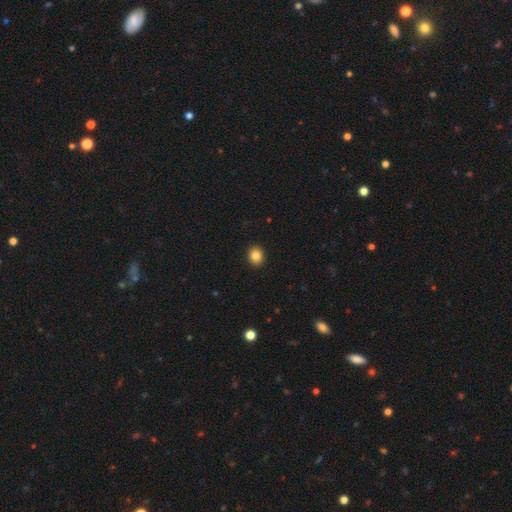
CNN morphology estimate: This appears to be a smooth galaxy with no disk features (84%) that is round (68%). Merging: none (92%).